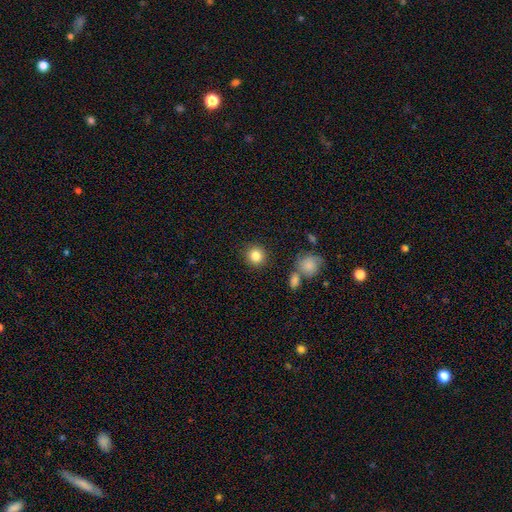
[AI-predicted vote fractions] Morphology: type=smooth (85%); roundness=round (89%); merging=none (86%).